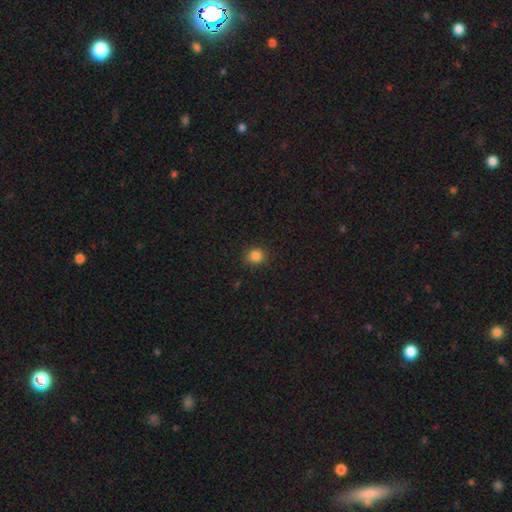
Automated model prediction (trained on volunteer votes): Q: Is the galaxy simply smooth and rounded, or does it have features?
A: smooth — 84%.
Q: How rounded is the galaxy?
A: round — 83%.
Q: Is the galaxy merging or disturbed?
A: none — 85%.